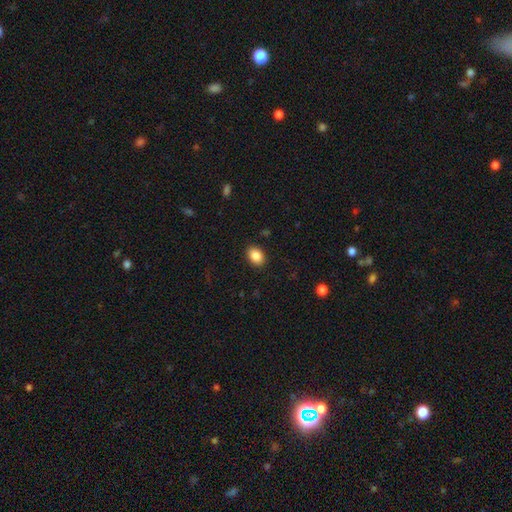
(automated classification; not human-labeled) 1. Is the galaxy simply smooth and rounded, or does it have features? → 88% smooth, 8% star or artifact, 4% featured or disk.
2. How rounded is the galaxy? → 76% in between, 23% round, 1% cigar-shaped.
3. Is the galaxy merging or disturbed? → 89% none, 8% minor disturbance, 2% major disturbance, 1% merger.